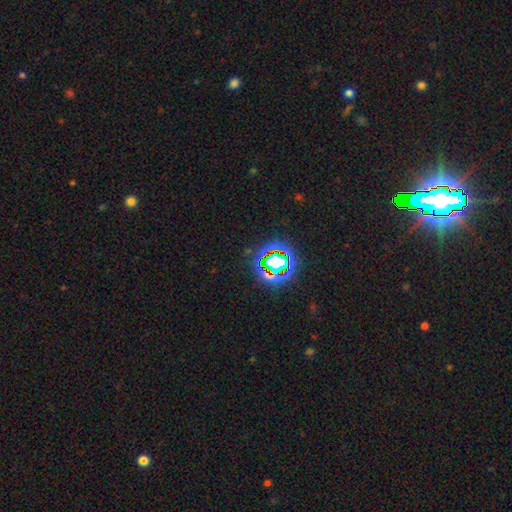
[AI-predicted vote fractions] star or artifact 81%, smooth 11%, featured or disk 8%.